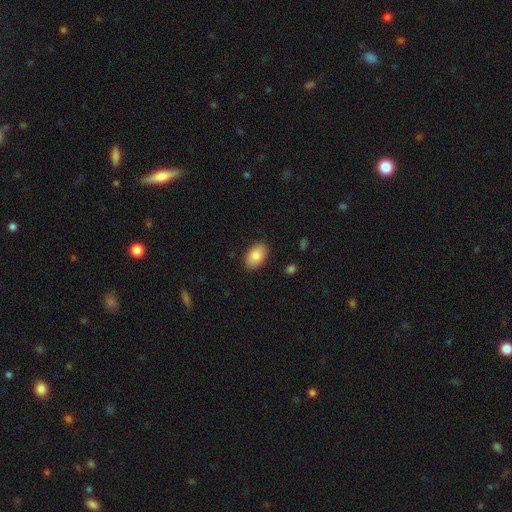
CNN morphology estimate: A smooth galaxy with no disk features (86%) that is in between round and cigar-shaped (91%).

Vote fractions:
- Smooth or featured? smooth: 86% / featured or disk: 8% / star or artifact: 7%
- How rounded? in between: 91% / round: 8% / cigar-shaped: 1%
- Merging? none: 88% / minor disturbance: 9% / major disturbance: 2% / merger: 1%